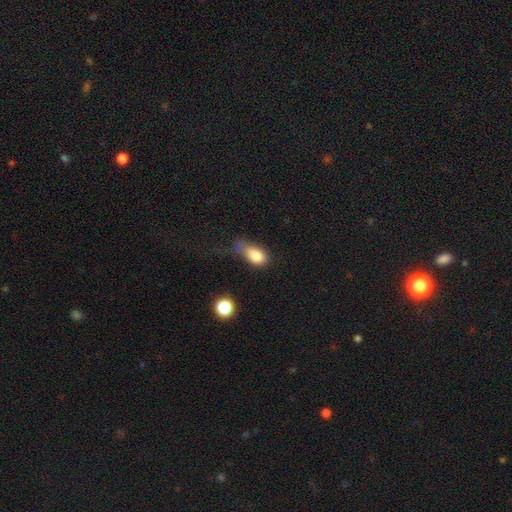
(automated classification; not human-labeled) Overall: smooth (81%). How rounded: in between (85%). Merging: minor disturbance (38%; major disturbance 32%).